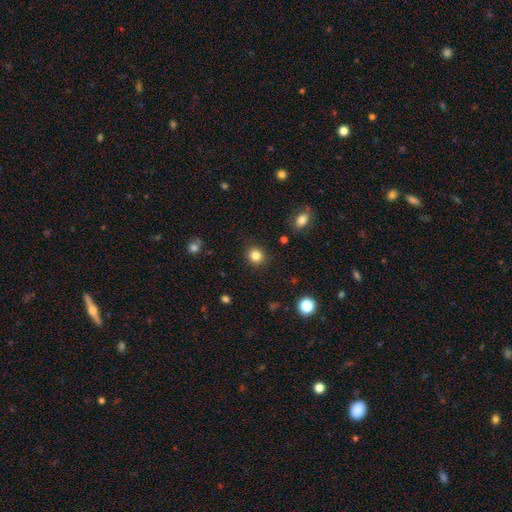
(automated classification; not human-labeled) This appears to be a smooth galaxy with no disk features (84%) that is round (85%). Merging: none (89%).